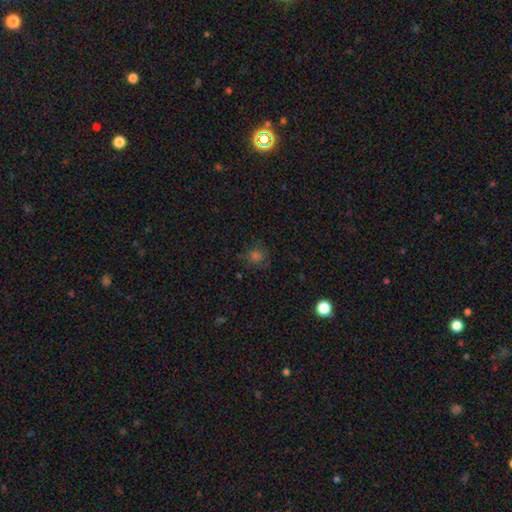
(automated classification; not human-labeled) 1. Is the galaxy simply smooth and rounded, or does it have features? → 63% smooth, 28% star or artifact, 10% featured or disk.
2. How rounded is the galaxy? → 87% round, 12% in between, 1% cigar-shaped.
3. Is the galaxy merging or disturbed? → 78% none, 15% minor disturbance, 6% major disturbance, 2% merger.